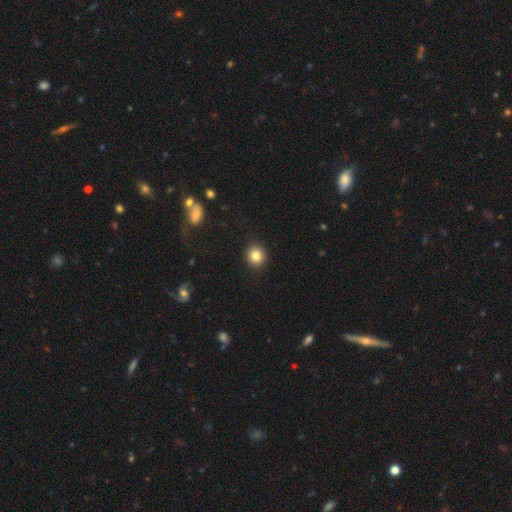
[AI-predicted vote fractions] smooth 84%, star or artifact 10%, featured or disk 6%. Down the decision tree: how rounded — round (80%); merging — none (91%).